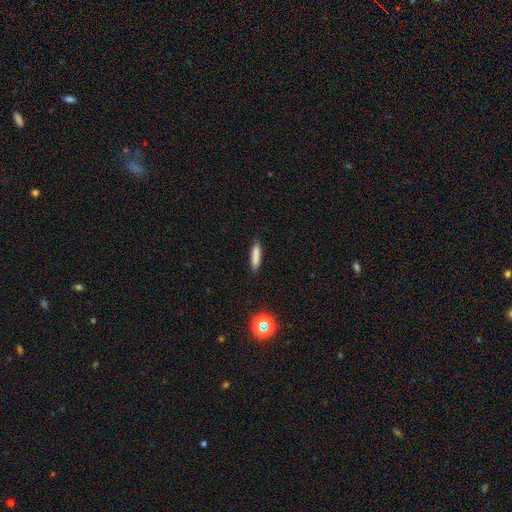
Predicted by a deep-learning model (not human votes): Smooth or featured? Predicted: smooth (p=0.81). How rounded? Predicted: cigar-shaped (p=0.77). Merging? Predicted: none (p=0.83).